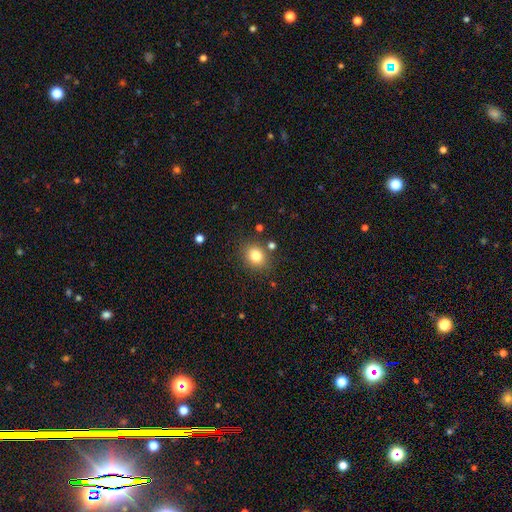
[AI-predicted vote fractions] The model was most divided on "how rounded": round: 60%, in between: 39%, cigar-shaped: 1%. More confident: merging — none (82%); smooth or featured — smooth (81%).